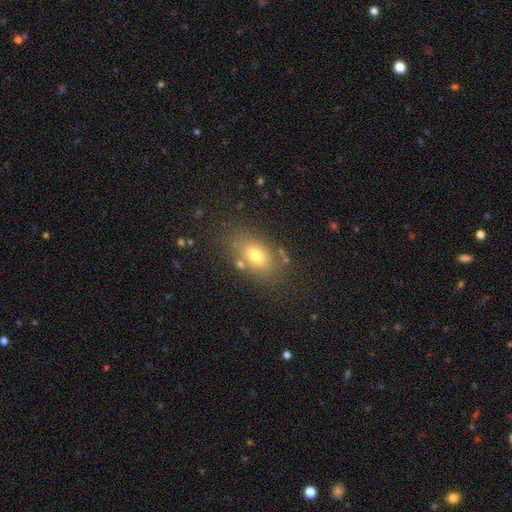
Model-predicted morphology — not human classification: Smooth or featured: smooth — 72% (featured or disk — 15%)
How rounded: in between — 78% (round — 19%)
Merging: none — 76% (minor disturbance — 13%)